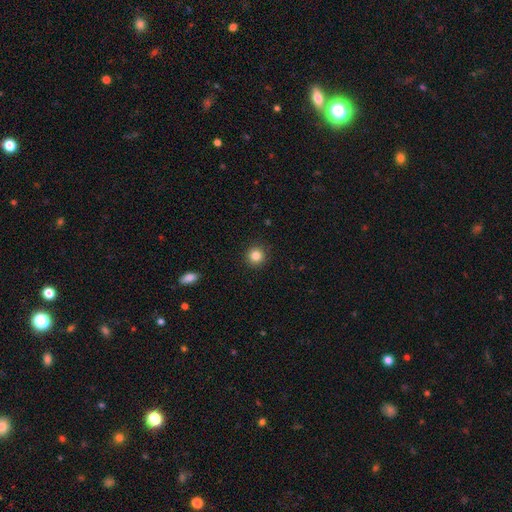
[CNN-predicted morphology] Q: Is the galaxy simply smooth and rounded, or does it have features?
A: smooth — 84%.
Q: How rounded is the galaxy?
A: round — 94%.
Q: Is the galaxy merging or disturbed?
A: none — 92%.